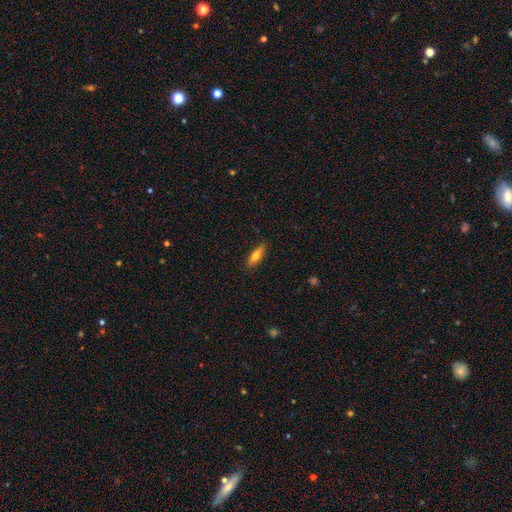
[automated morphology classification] The model was most divided on "how rounded": cigar-shaped: 56%, in between: 42%, round: 2%. More confident: merging — none (84%); smooth or featured — smooth (67%).